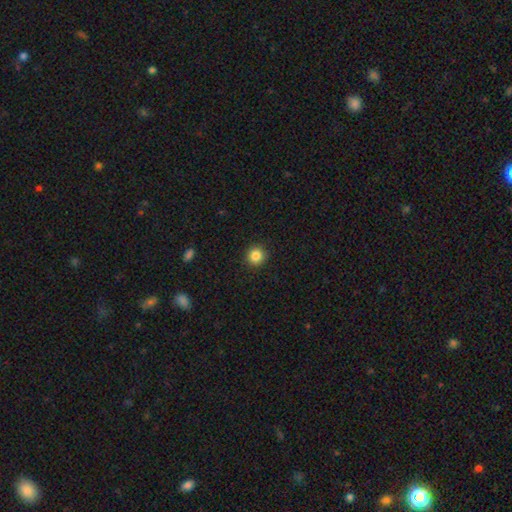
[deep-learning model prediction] Morphology: type=smooth (85%); roundness=round (93%); merging=none (92%).